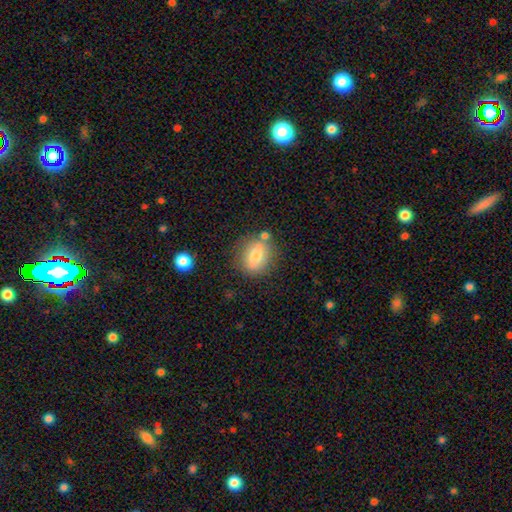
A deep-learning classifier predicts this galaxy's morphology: smooth-or-featured: smooth: 68% | featured or disk: 22% | star or artifact: 9%
  how-rounded: in between: 51% | round: 45% | cigar-shaped: 4%
  merging: none: 78% | minor disturbance: 12% | merger: 6% | major disturbance: 3%